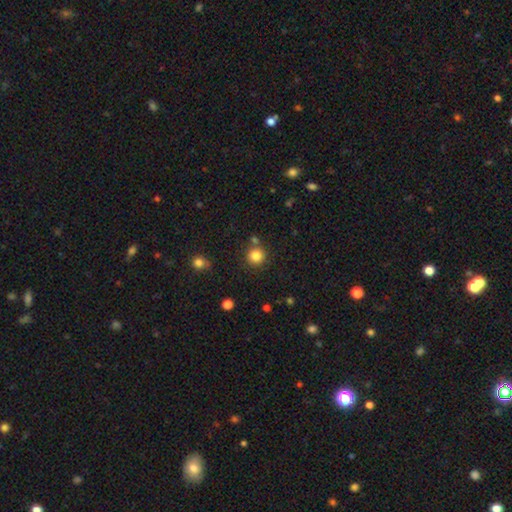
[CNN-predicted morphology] smooth 83%, star or artifact 12%, featured or disk 5%. Down the decision tree: how rounded — round (93%); merging — none (80%).